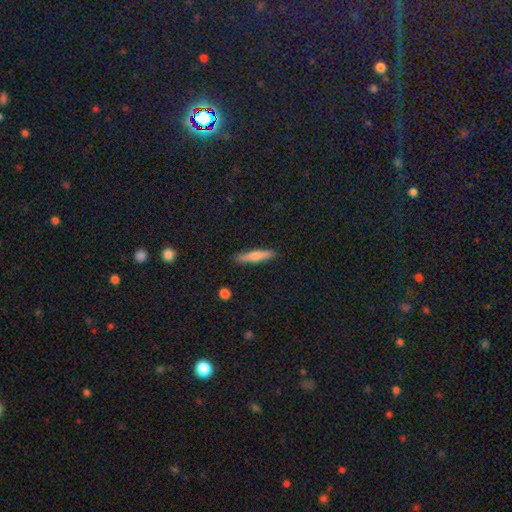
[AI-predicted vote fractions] Overall: smooth (59%; featured or disk 34%). How rounded: cigar-shaped (87%). Merging: none (90%).